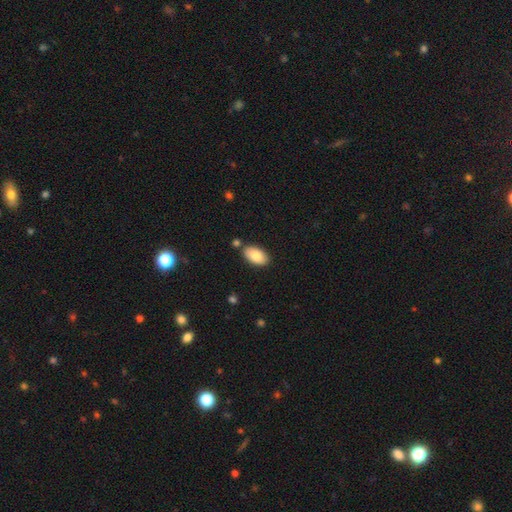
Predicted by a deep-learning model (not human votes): Smooth or featured? smooth (84%)
How rounded? in between (95%)
Merging? none (80%)